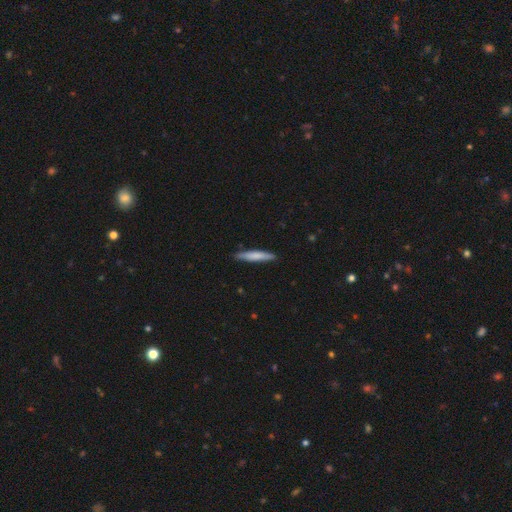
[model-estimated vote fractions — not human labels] smooth_or_featured: smooth (p=0.75) [alt: featured or disk p=0.20]
how_rounded: cigar-shaped (p=0.92) [alt: in between p=0.06]
merging: none (p=0.89) [alt: minor disturbance p=0.09]